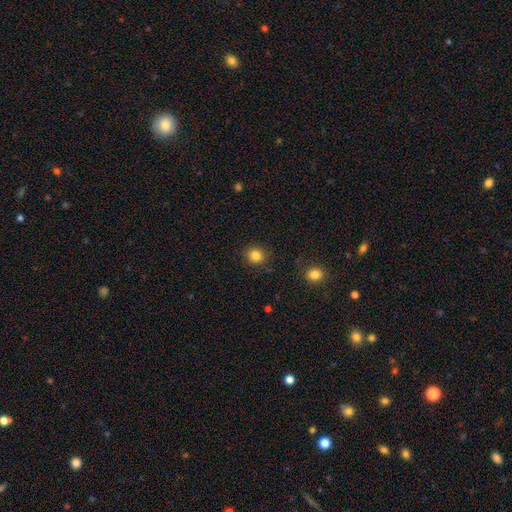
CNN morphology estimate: type=smooth (84%); roundness=round (87%); merging=none (89%).